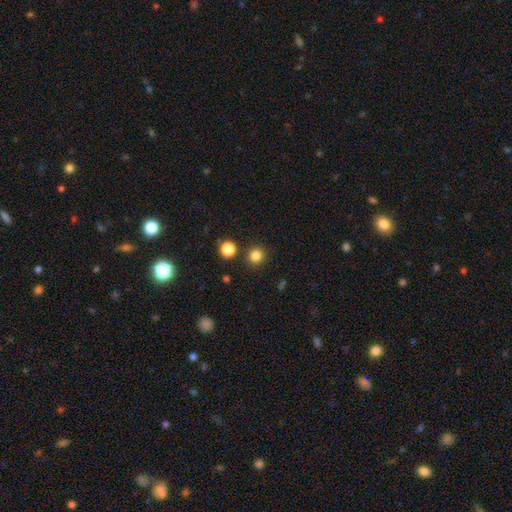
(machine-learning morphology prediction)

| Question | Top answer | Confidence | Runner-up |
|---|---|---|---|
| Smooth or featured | smooth | 83% | star or artifact (13%) |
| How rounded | round | 92% | in between (7%) |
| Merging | none | 89% | minor disturbance (6%) |